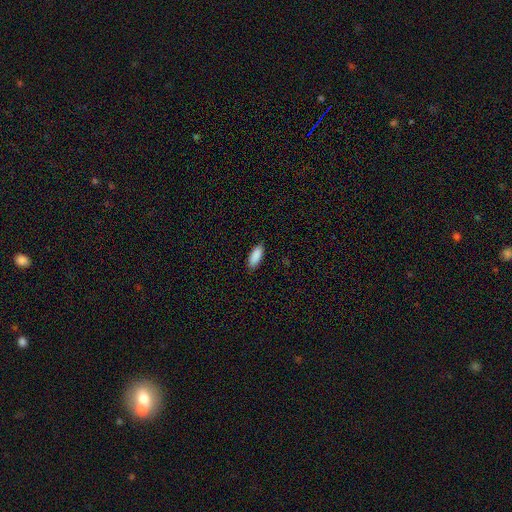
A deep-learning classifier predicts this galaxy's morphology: A smooth galaxy with no disk features (90%) that is in between round and cigar-shaped (78%).

Vote fractions:
- Smooth or featured? smooth: 90% / star or artifact: 6% / featured or disk: 4%
- How rounded? in between: 78% / cigar-shaped: 20% / round: 2%
- Merging? none: 87% / minor disturbance: 10% / major disturbance: 2% / merger: 1%